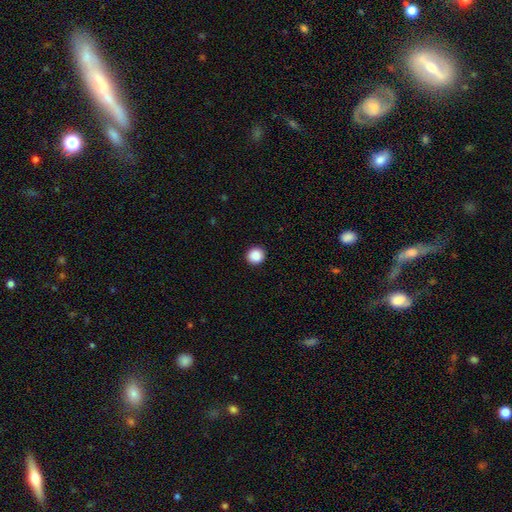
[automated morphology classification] This is clearly a smooth galaxy (88%). How rounded: clearly round (93%). Merging: clearly none (93%).